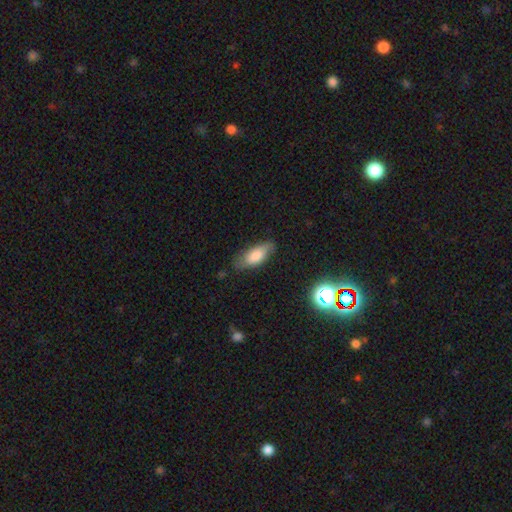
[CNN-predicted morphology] smooth_or_featured: smooth (p=0.76) [alt: featured or disk p=0.17]
how_rounded: in between (p=0.78) [alt: cigar-shaped p=0.20]
merging: none (p=0.72) [alt: minor disturbance p=0.21]